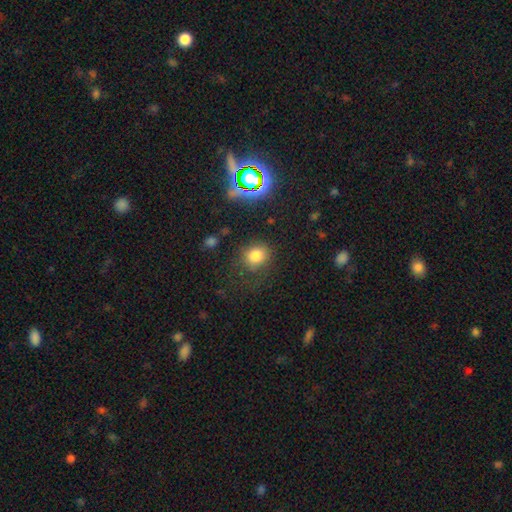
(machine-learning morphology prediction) A smooth galaxy with no disk features (77%) that is round (70%). Merging: none (74%).